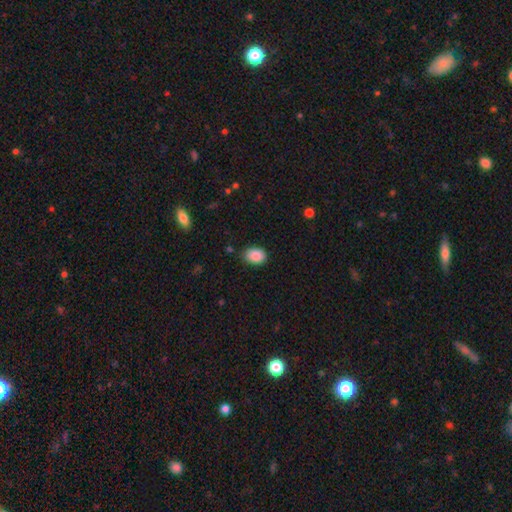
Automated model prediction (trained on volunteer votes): smooth-or-featured: smooth: 89% | star or artifact: 7% | featured or disk: 3%
  how-rounded: in between: 78% | round: 21% | cigar-shaped: 1%
  merging: none: 81% | minor disturbance: 15% | major disturbance: 3% | merger: 1%